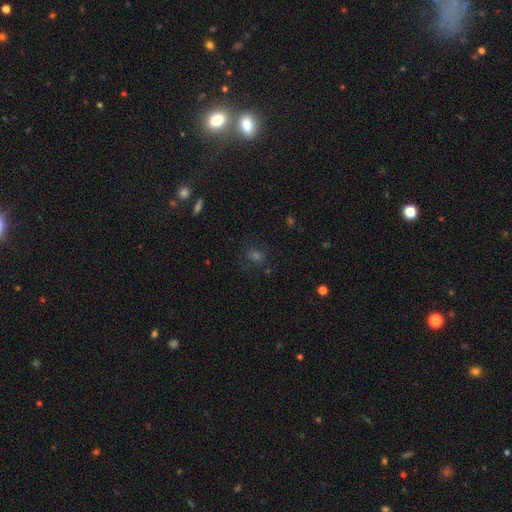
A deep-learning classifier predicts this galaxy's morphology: A smooth galaxy with no disk features (45%).

Vote fractions:
- Smooth or featured? smooth: 45% / star or artifact: 40% / featured or disk: 15%
- Merging? none: 74% / minor disturbance: 14% / major disturbance: 9% / merger: 3%